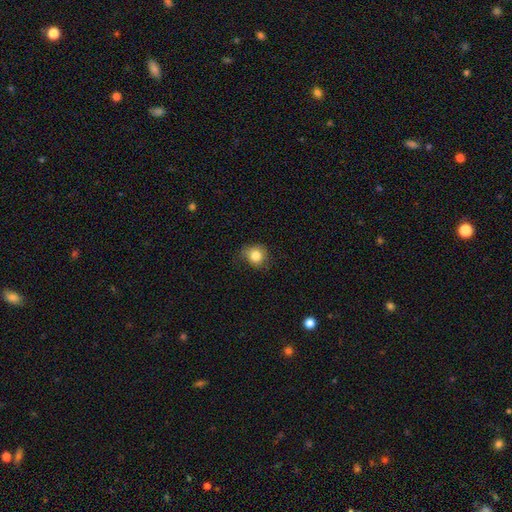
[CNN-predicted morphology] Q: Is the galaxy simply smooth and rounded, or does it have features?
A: smooth — 82%.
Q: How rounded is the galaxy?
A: round — 80%.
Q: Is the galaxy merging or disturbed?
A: none — 66%.